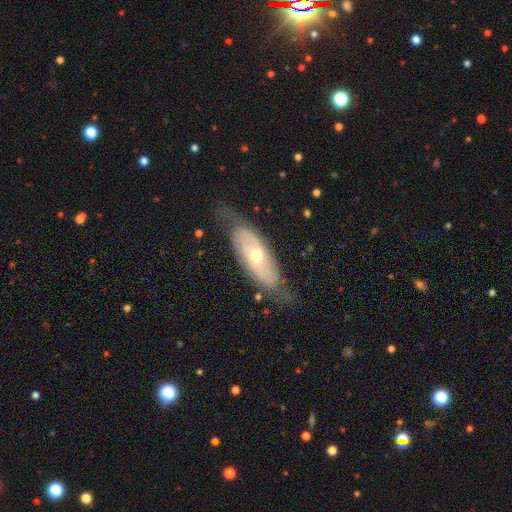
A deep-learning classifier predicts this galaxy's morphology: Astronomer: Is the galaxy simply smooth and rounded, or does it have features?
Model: featured or disk — 69%.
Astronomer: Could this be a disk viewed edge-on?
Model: no — 82%.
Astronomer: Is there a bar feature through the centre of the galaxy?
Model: no — 69%.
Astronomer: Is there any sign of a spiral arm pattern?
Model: yes — 71%.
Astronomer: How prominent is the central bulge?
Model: moderate — 67%.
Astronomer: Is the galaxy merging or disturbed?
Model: none — 63%.